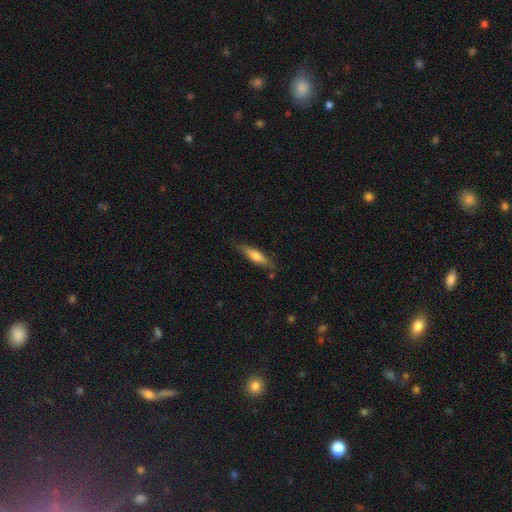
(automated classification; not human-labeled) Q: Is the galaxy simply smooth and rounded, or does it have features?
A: smooth — 53%.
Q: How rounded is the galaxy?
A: cigar-shaped — 75%.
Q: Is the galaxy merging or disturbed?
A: none — 80%.